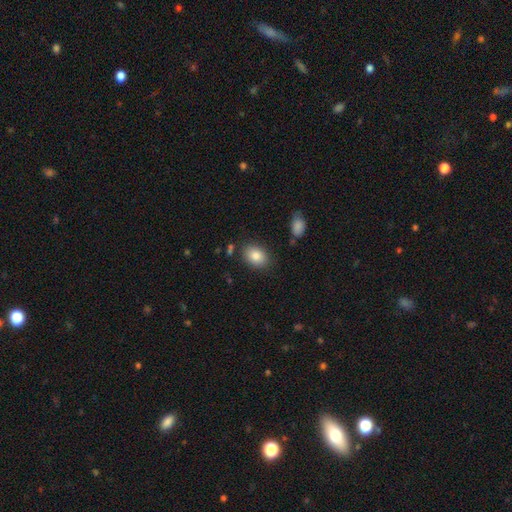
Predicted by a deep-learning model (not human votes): The model was most divided on "how rounded": in between: 77%, round: 22%, cigar-shaped: 1%. More confident: smooth or featured — smooth (84%); merging — none (82%).